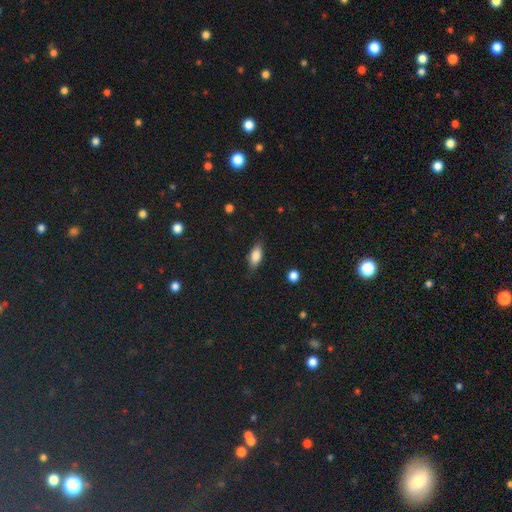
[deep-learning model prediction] The model was most divided on "merging": none: 80%, minor disturbance: 15%, major disturbance: 4%, merger: 1%. More confident: how rounded — in between (83%); smooth or featured — smooth (79%).